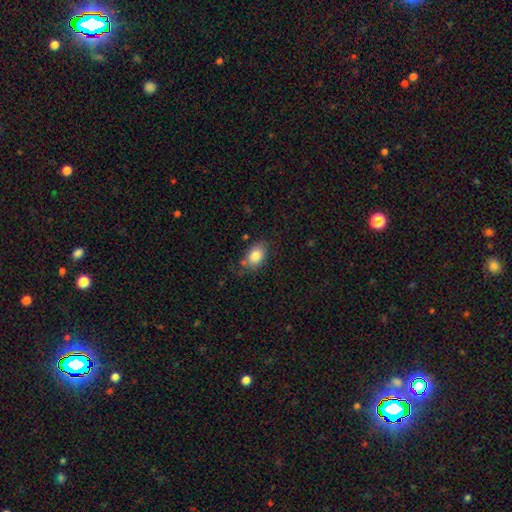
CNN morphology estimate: This is clearly a smooth galaxy (82%). How rounded: likely in between (78%). Merging: likely none (69%).